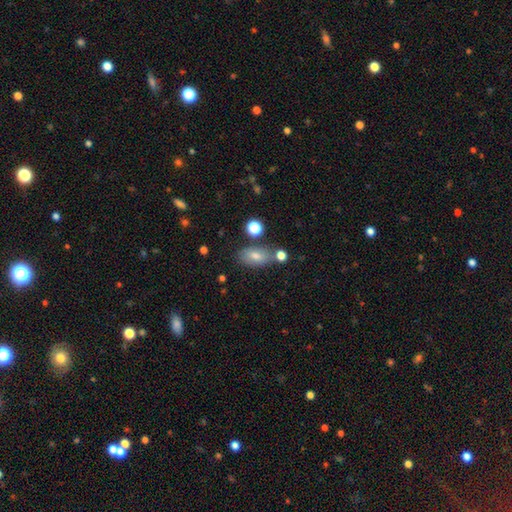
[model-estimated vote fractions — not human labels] Smooth or featured?
  - smooth: 70% *
  - featured or disk: 17%
  - star or artifact: 13%
How rounded?
  - in between: 86% *
  - round: 9%
  - cigar-shaped: 5%
Merging?
  - none: 72% *
  - minor disturbance: 14%
  - merger: 10%
  - major disturbance: 4%